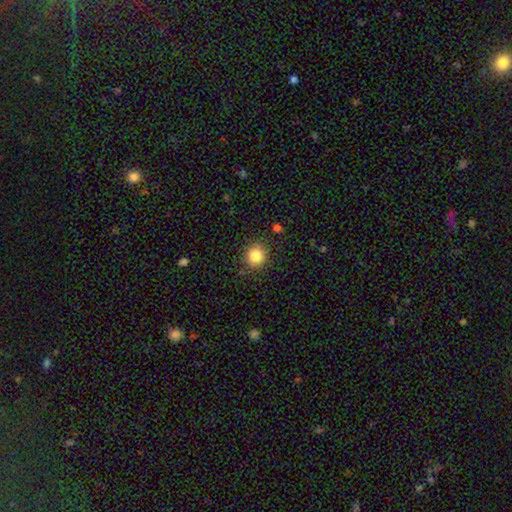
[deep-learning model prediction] A smooth galaxy with no disk features (84%) that is round (86%).

Vote fractions:
- Smooth or featured? smooth: 84% / star or artifact: 11% / featured or disk: 5%
- How rounded? round: 86% / in between: 13% / cigar-shaped: 1%
- Merging? none: 87% / minor disturbance: 9% / major disturbance: 3% / merger: 1%